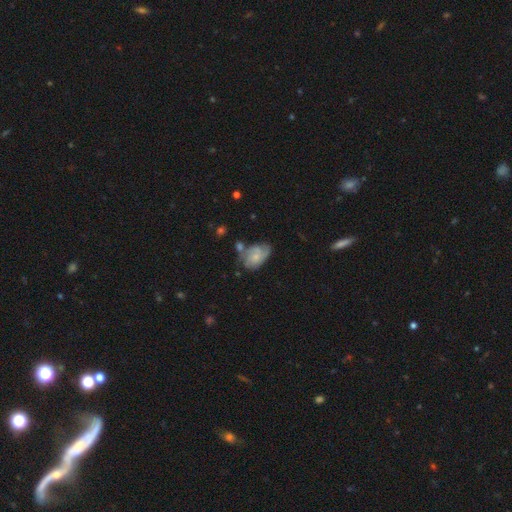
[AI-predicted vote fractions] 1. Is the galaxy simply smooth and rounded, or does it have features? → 58% featured or disk, 34% smooth, 8% star or artifact.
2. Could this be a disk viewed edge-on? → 97% no, 3% yes.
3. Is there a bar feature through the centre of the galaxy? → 75% no, 22% weak, 3% strong.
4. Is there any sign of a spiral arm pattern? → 82% yes, 18% no.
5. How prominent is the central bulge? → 62% small, 26% moderate, 9% none, 2% large, 1% dominant.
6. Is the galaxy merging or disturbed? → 42% none, 28% minor disturbance, 16% merger, 14% major disturbance.